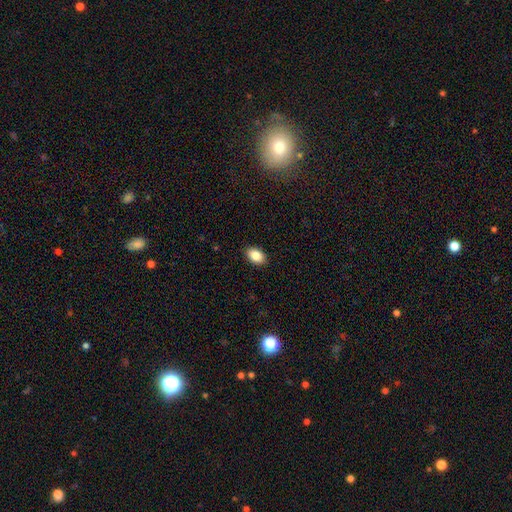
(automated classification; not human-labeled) This appears to be a smooth galaxy with no disk features (86%) that is in between round and cigar-shaped (87%). Merging: none (89%).